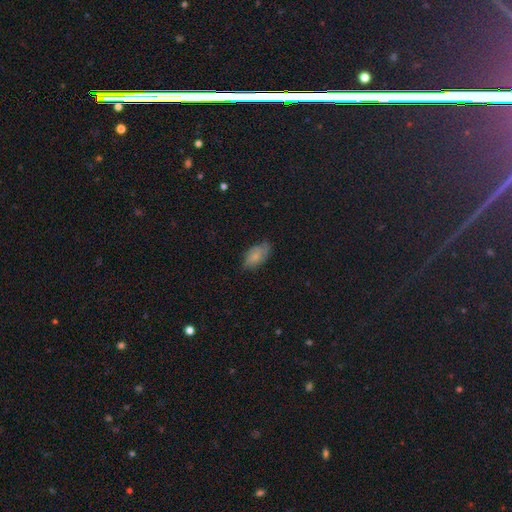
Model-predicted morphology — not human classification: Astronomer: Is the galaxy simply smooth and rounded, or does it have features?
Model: smooth — 67%.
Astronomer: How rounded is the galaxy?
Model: in between — 92%.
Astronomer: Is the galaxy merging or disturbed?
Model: none — 60%.